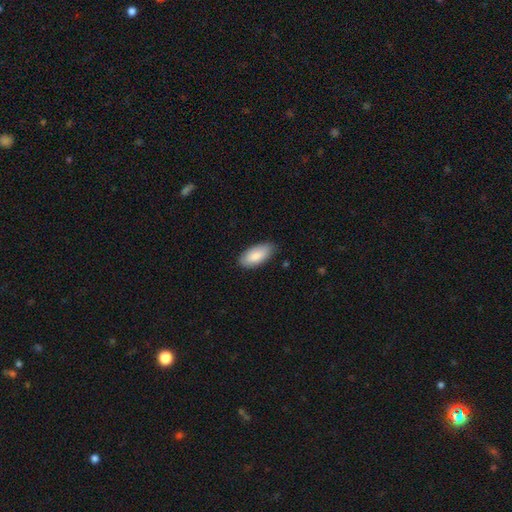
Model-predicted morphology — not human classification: A smooth galaxy with no disk features (86%) that is in between round and cigar-shaped (91%). Merging: none (82%).